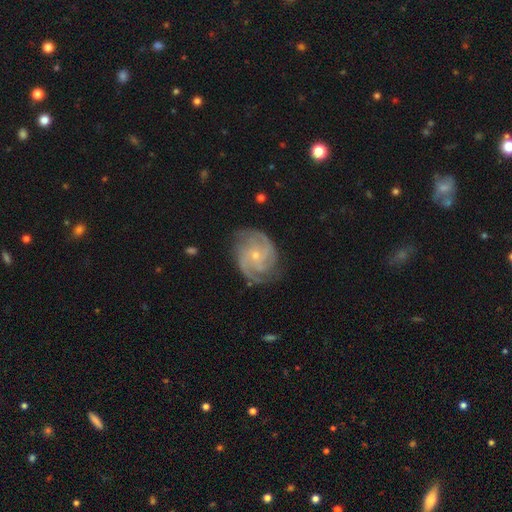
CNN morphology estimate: Smooth or featured? featured or disk (89%)
Edge-on disk? no (98%)
Bar? no (68%)
Spiral arms? yes (98%)
Spiral winding? tight (50%)
Spiral arm count? 3 (34%)
Bulge size? small (76%)
Merging? none (76%)